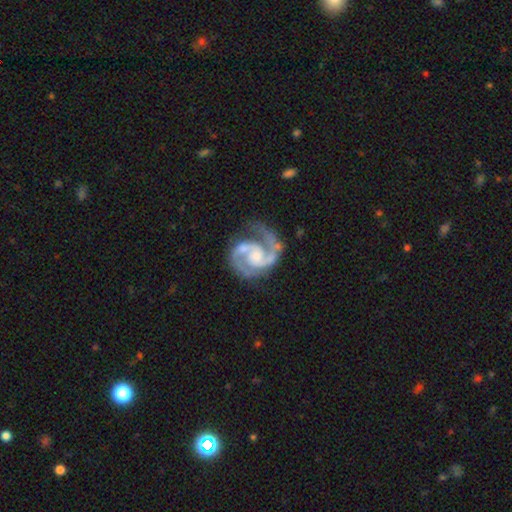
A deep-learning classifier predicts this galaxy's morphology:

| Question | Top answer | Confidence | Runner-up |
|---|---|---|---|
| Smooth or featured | featured or disk | 93% | star or artifact (4%) |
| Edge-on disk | no | 98% | yes (2%) |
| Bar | no | 55% | weak (35%) |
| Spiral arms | yes | 98% | no (2%) |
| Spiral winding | medium | 59% | tight (32%) |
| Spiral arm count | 2 | 92% | 3 (3%) |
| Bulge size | moderate | 41% | small (38%) |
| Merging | none | 69% | minor disturbance (18%) |